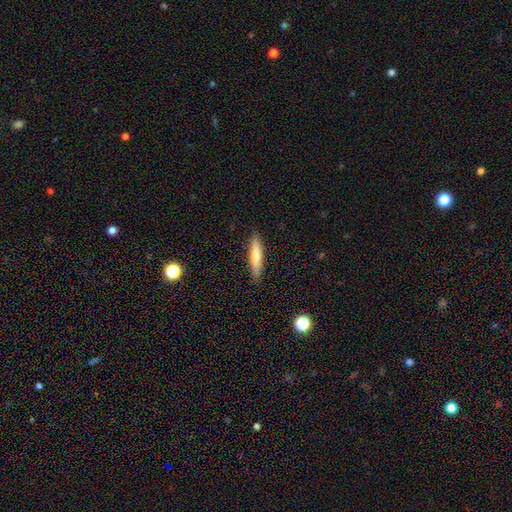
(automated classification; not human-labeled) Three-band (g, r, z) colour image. It shows a smooth galaxy with no disk features (66%) that is cigar-shaped (84%). Merging: none (88%).